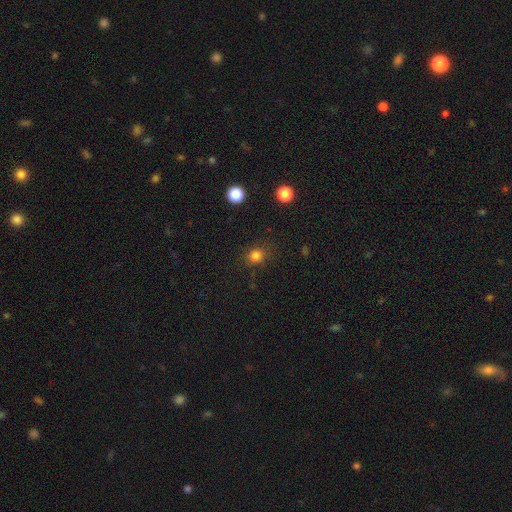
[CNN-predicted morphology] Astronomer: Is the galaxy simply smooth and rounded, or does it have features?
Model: smooth — 80%.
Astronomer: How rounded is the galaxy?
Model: round — 74%.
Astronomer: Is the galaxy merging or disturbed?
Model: none — 80%.